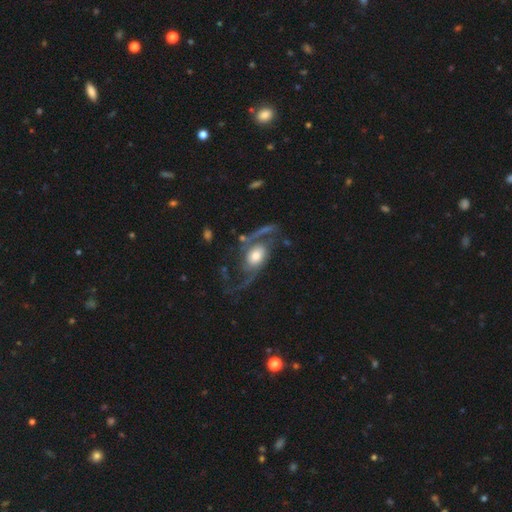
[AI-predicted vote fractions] Q: Smooth or featured?
A: featured or disk (84%); runner-up: smooth (10%)
Q: Edge-on disk?
A: no (96%); runner-up: yes (4%)
Q: Bar?
A: no (66%); runner-up: weak (25%)
Q: Spiral arms?
A: yes (95%); runner-up: no (5%)
Q: Spiral winding?
A: loose (62%); runner-up: medium (30%)
Q: Spiral arm count?
A: 2 (90%); runner-up: 1 (4%)
Q: Bulge size?
A: moderate (45%); runner-up: large (35%)
Q: Merging?
A: none (55%); runner-up: major disturbance (23%)